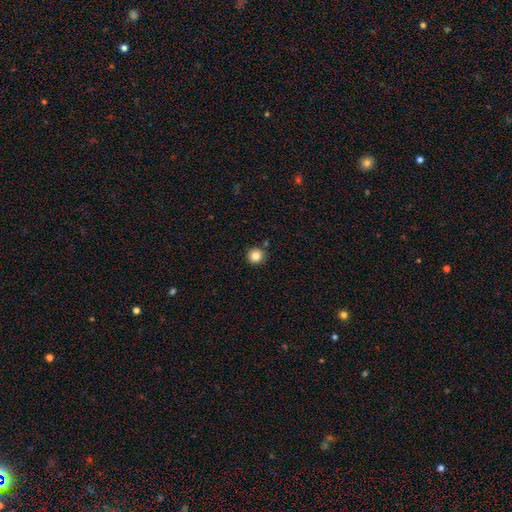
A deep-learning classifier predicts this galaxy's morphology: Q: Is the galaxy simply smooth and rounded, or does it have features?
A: smooth — 83%.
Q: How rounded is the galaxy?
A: round — 94%.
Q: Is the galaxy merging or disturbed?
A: none — 88%.